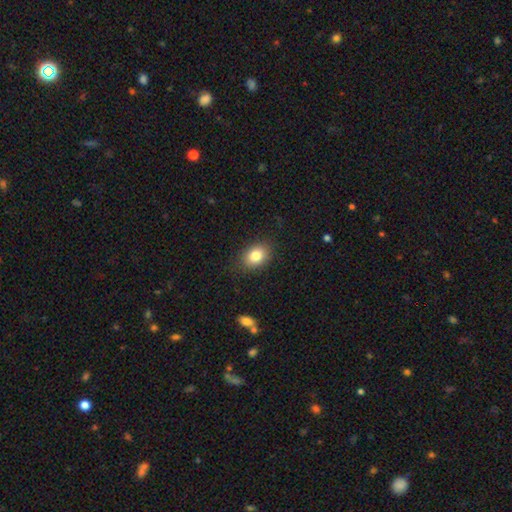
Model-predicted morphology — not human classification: Overall: smooth (82%). How rounded: in between (69%; round 30%). Merging: none (85%).